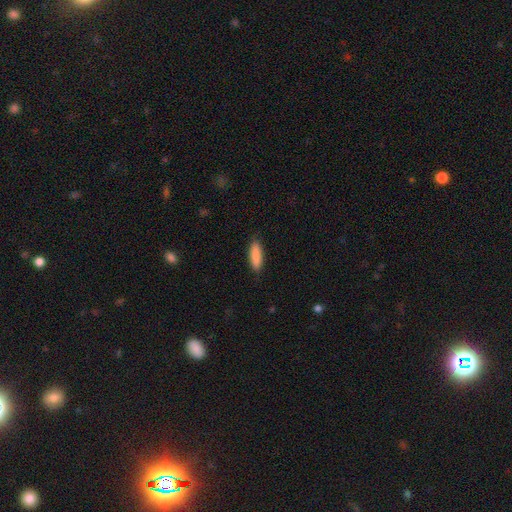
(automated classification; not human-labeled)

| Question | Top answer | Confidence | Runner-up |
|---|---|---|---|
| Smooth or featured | smooth | 89% | star or artifact (6%) |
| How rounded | cigar-shaped | 53% | in between (45%) |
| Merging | none | 86% | minor disturbance (11%) |